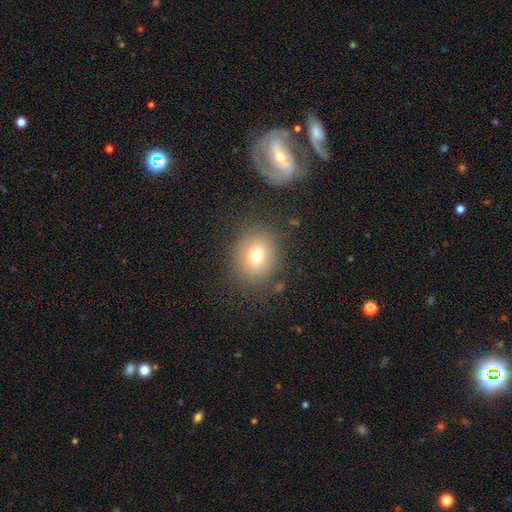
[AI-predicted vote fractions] A smooth galaxy with no disk features (72%) that is round (71%).

Vote fractions:
- Smooth or featured? smooth: 72% / star or artifact: 14% / featured or disk: 14%
- How rounded? round: 71% / in between: 28% / cigar-shaped: 1%
- Merging? none: 82% / minor disturbance: 11% / major disturbance: 5% / merger: 2%